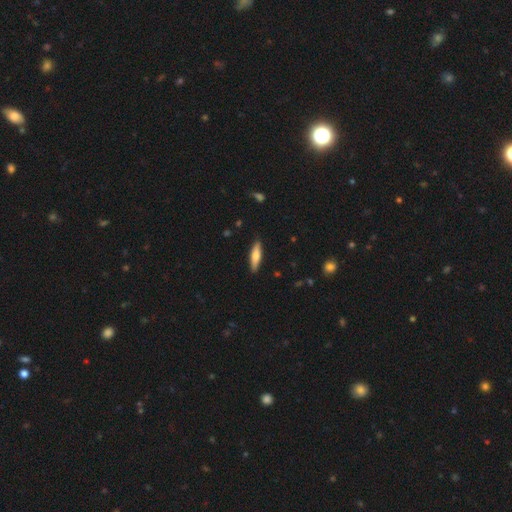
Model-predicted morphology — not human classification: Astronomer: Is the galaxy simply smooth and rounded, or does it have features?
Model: smooth — 66%.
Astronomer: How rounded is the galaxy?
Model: cigar-shaped — 69%.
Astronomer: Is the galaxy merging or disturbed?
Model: none — 89%.